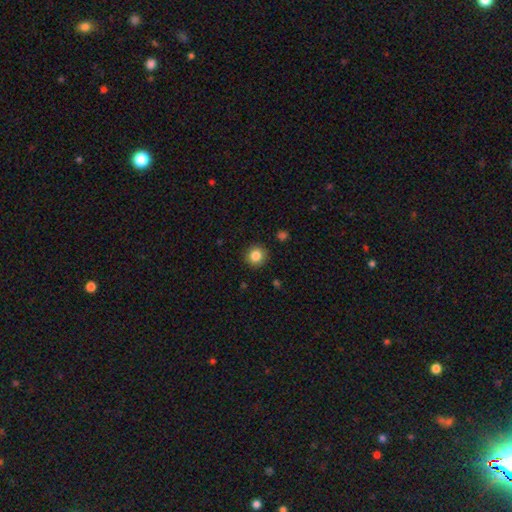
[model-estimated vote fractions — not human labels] Overall: smooth (85%). How rounded: round (91%). Merging: none (91%).